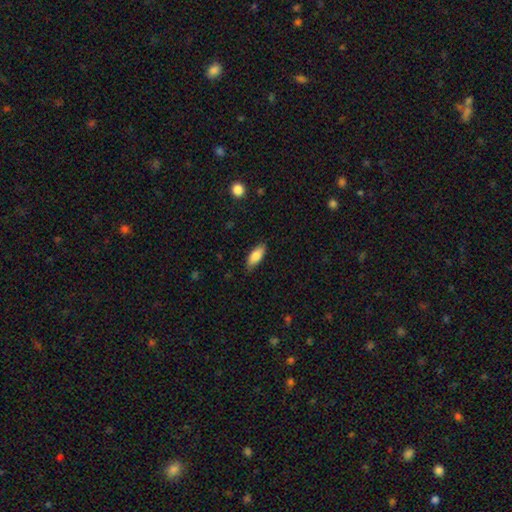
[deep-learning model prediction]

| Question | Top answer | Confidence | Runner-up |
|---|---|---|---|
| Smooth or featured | smooth | 81% | featured or disk (13%) |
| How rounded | in between | 76% | cigar-shaped (22%) |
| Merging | none | 82% | minor disturbance (14%) |